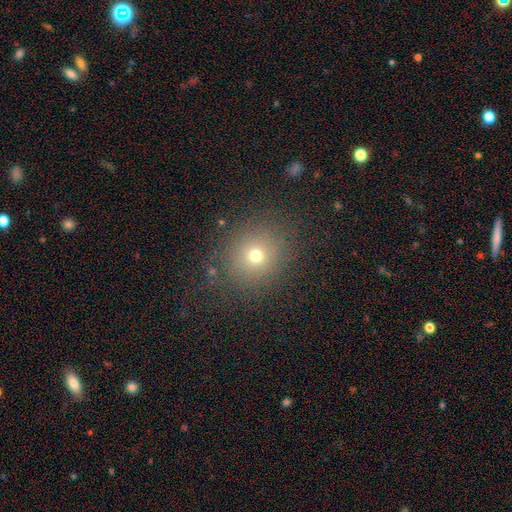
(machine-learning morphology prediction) Smooth or featured: smooth — 68% (star or artifact — 20%)
How rounded: round — 81% (in between — 18%)
Merging: none — 82% (minor disturbance — 10%)